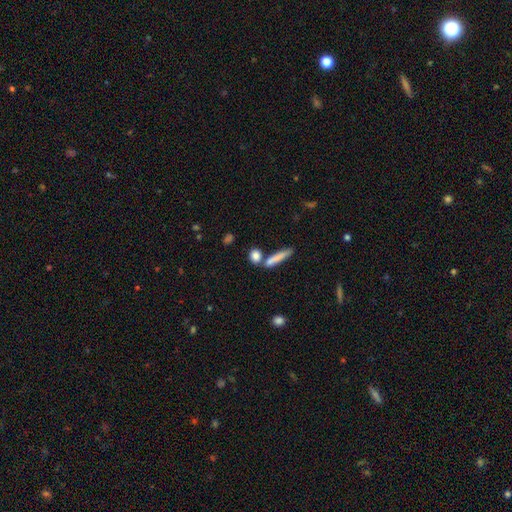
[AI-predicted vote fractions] Morphology: type=smooth (82%); roundness=round (46%); merging=none (68%).